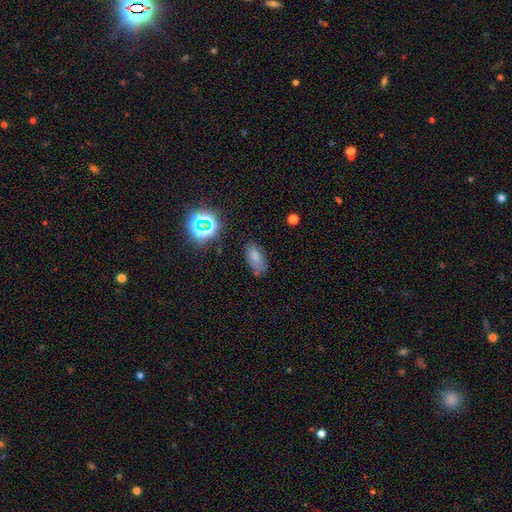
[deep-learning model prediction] A smooth galaxy with no disk features (65%) that is in between round and cigar-shaped (90%). Merging: none (73%).